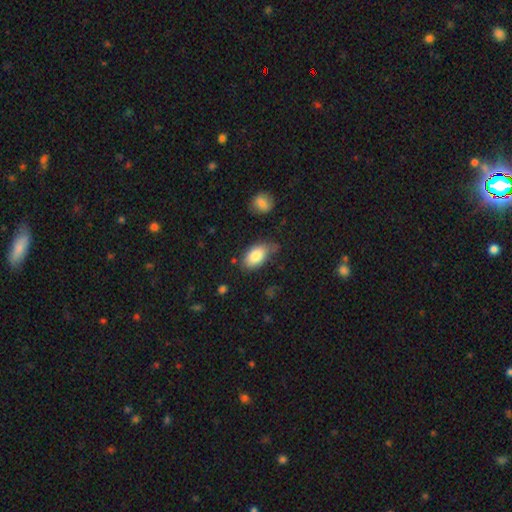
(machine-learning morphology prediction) This is clearly a smooth galaxy (84%). How rounded: clearly in between (93%). Merging: likely none (61%).